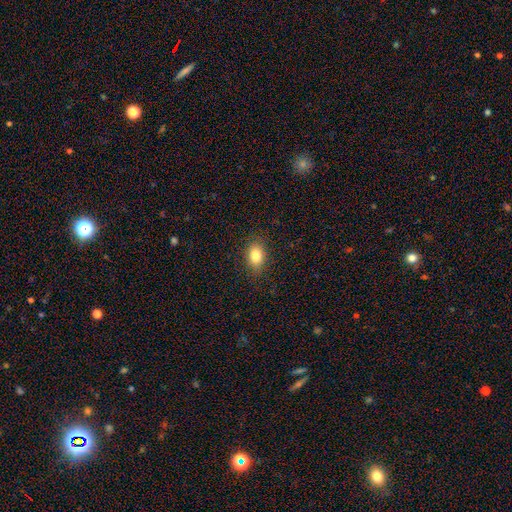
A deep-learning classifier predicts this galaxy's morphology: Overall: smooth (83%). How rounded: in between (78%). Merging: none (86%).